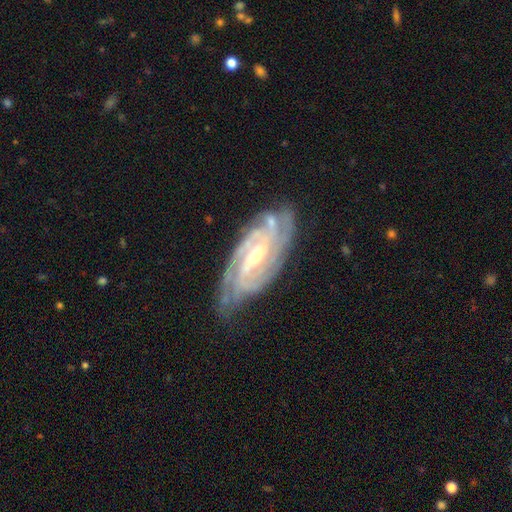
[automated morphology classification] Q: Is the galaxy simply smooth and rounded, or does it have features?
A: featured or disk — 91%.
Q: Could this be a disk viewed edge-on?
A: no — 94%.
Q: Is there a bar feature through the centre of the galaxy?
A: weak — 42%.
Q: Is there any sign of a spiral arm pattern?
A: yes — 98%.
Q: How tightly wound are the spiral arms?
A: tight — 69%.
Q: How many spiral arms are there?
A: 3 — 31%.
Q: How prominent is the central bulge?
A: small — 50%.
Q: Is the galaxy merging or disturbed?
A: none — 75%.